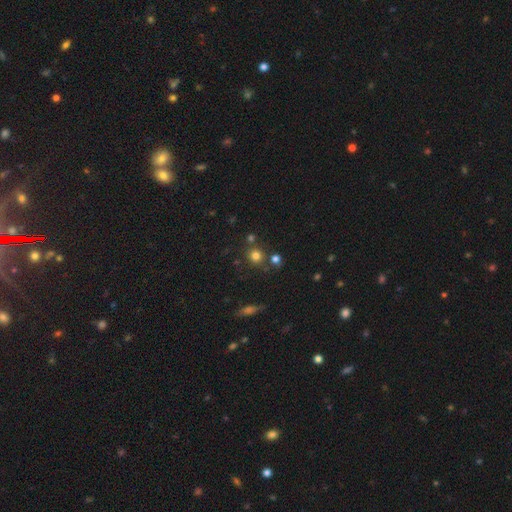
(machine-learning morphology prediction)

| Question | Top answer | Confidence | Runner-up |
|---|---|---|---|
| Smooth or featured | smooth | 74% | star or artifact (18%) |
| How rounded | round | 89% | in between (9%) |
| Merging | none | 74% | merger (14%) |